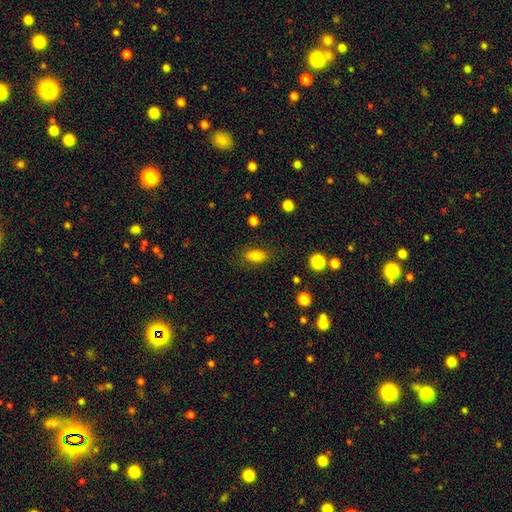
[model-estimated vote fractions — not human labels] The model was most divided on "merging": none: 82%, minor disturbance: 12%, major disturbance: 4%, merger: 2%. More confident: how rounded — in between (87%); smooth or featured — smooth (83%).